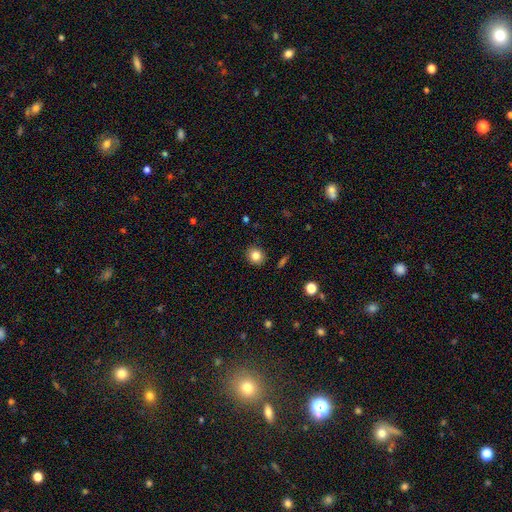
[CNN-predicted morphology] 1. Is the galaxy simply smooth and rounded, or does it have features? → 82% smooth, 11% star or artifact, 7% featured or disk.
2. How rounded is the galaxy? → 81% round, 18% in between, 1% cigar-shaped.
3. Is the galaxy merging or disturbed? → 90% none, 7% minor disturbance, 2% major disturbance, 1% merger.